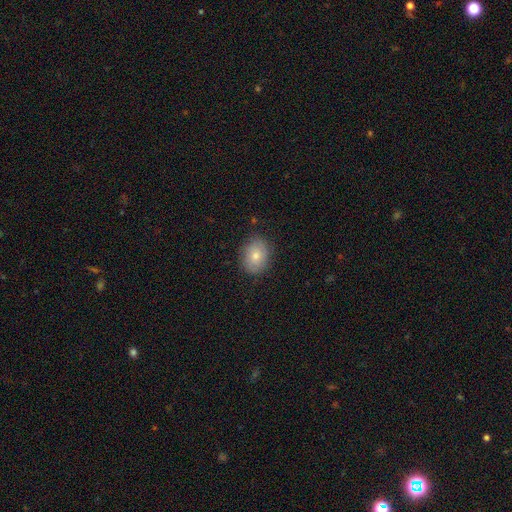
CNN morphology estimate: Smooth or featured? Predicted: smooth (p=0.74). How rounded? Predicted: in between (p=0.53). Merging? Predicted: none (p=0.82).